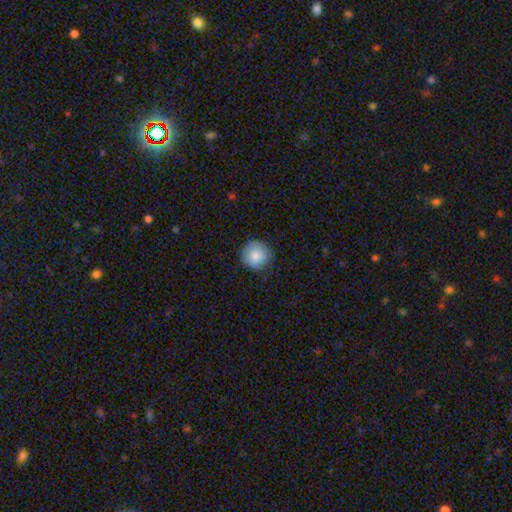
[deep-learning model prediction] smooth-or-featured: smooth: 84% | featured or disk: 10% | star or artifact: 7%
  how-rounded: round: 94% | in between: 5% | cigar-shaped: 1%
  merging: none: 82% | minor disturbance: 14% | major disturbance: 3% | merger: 1%